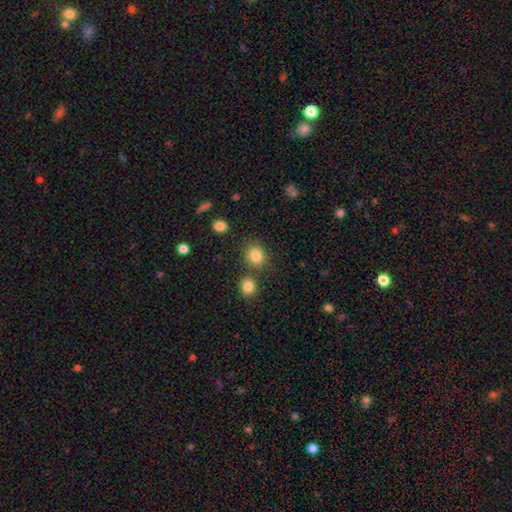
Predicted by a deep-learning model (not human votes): Overall: smooth (84%). How rounded: round (73%). Merging: none (73%).